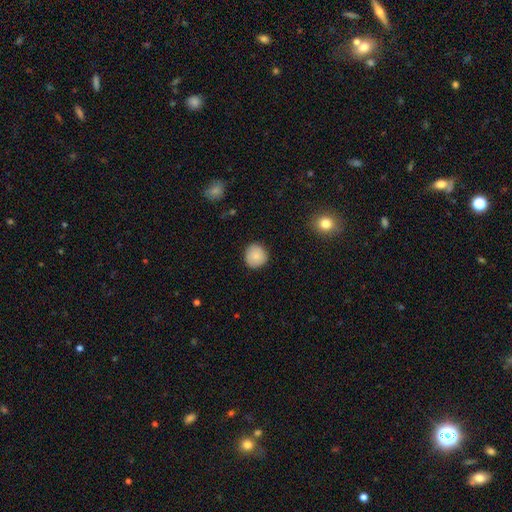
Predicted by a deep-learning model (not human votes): Smooth or featured? smooth (84%)
How rounded? round (92%)
Merging? none (88%)